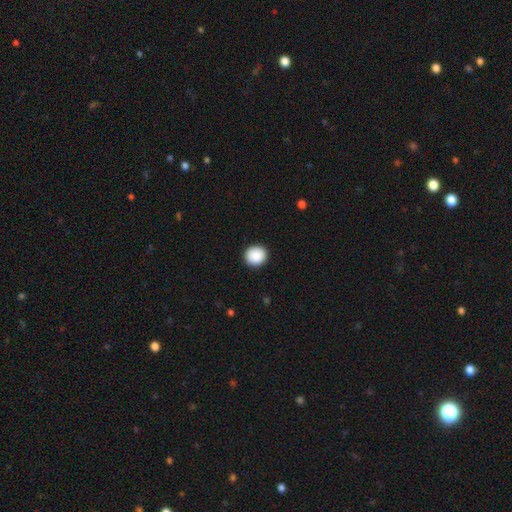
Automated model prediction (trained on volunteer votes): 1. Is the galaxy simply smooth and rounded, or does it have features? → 89% smooth, 7% star or artifact, 3% featured or disk.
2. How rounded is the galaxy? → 91% round, 8% in between, 1% cigar-shaped.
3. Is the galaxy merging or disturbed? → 92% none, 5% minor disturbance, 2% major disturbance, 1% merger.